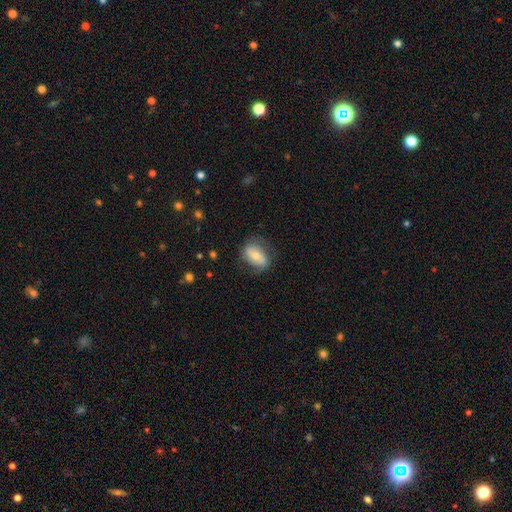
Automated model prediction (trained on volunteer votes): Smooth or featured? smooth (54%)
How rounded? in between (82%)
Merging? none (68%)